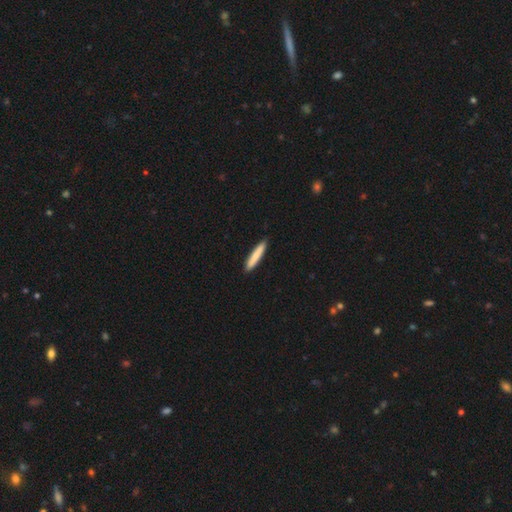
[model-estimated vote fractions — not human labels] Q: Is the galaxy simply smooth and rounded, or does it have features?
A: smooth — 82%.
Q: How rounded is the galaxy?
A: cigar-shaped — 93%.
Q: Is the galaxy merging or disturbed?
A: none — 91%.